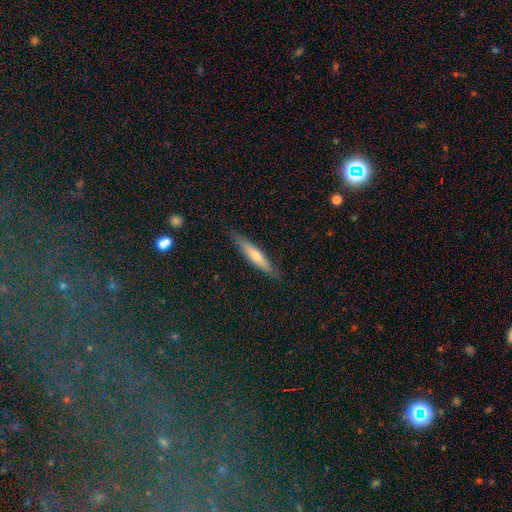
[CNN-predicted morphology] This appears to be a smooth galaxy with no disk features (57%) that is cigar-shaped (89%). Merging: none (86%).